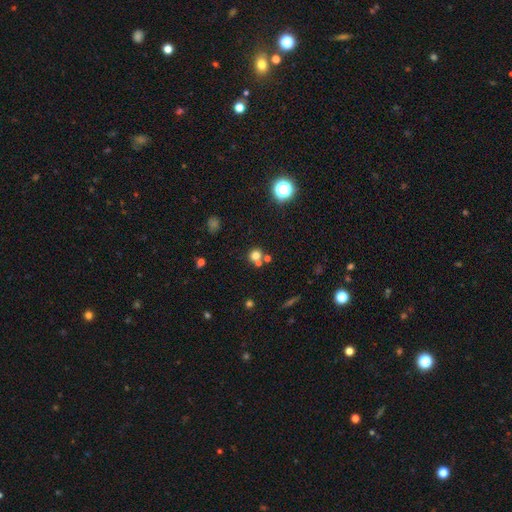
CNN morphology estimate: A smooth galaxy with no disk features (71%) that is round (88%).

Vote fractions:
- Smooth or featured? smooth: 71% / star or artifact: 20% / featured or disk: 9%
- How rounded? round: 88% / in between: 11% / cigar-shaped: 1%
- Merging? none: 62% / merger: 27% / minor disturbance: 8% / major disturbance: 3%